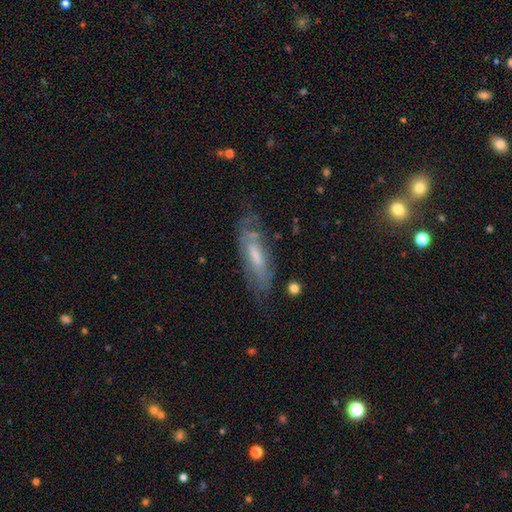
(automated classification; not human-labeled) This is possibly a featured or disk galaxy (58%). It is likely not viewed edge-on (68%). Merging: likely none (62%).